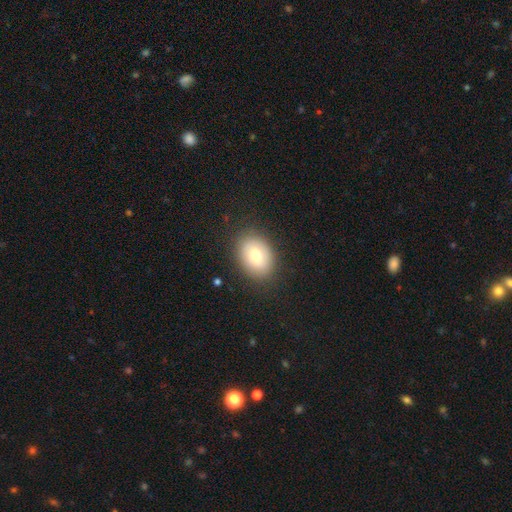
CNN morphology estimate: smooth-or-featured: smooth: 69% | featured or disk: 22% | star or artifact: 8%
  how-rounded: in between: 66% | round: 33% | cigar-shaped: 1%
  merging: none: 85% | minor disturbance: 11% | major disturbance: 3% | merger: 1%